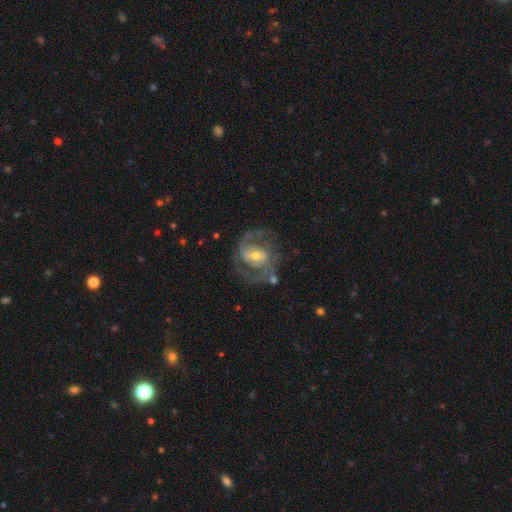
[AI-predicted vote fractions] A featured or disk galaxy (83%) with a weak bar (42%), 2 (82%) medium (54%) spiral arms (90%) and a moderate central bulge (54%). Merging: none (66%).